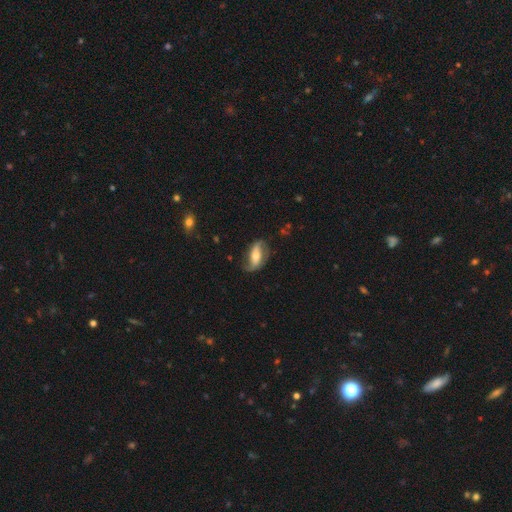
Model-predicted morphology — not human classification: Smooth or featured? featured or disk (67%)
Edge-on disk? no (91%)
Bar? strong (37%)
Spiral arms? yes (86%)
Spiral winding? loose (61%)
Spiral arm count? 2 (84%)
Bulge size? moderate (60%)
Merging? none (65%)